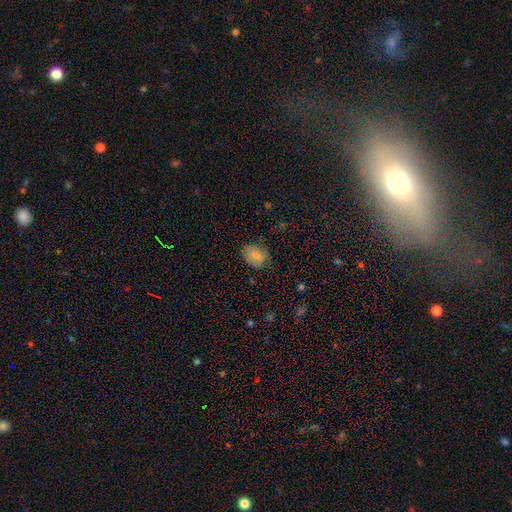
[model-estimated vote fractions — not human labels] A smooth galaxy with no disk features (75%) that is in between round and cigar-shaped (61%).

Vote fractions:
- Smooth or featured? smooth: 75% / featured or disk: 14% / star or artifact: 11%
- How rounded? in between: 61% / round: 38% / cigar-shaped: 1%
- Merging? none: 73% / minor disturbance: 21% / major disturbance: 5% / merger: 1%